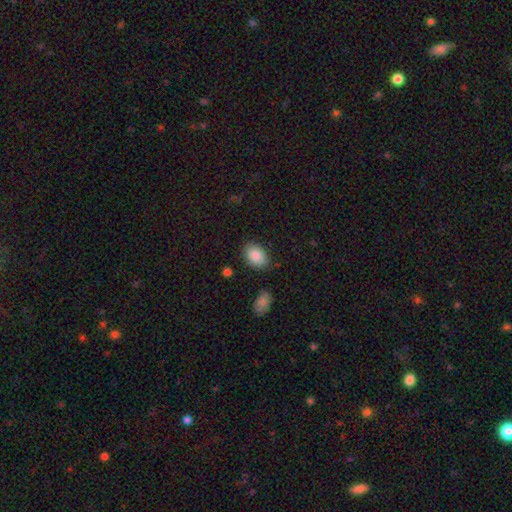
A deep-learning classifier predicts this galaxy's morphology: type=smooth (88%); roundness=in between (84%); merging=none (80%).